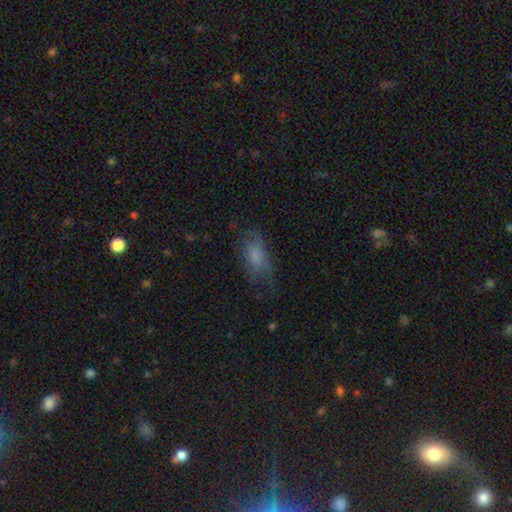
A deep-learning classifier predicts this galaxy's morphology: This is likely a smooth galaxy (64%). How rounded: clearly in between (83%). Merging: possibly none (51%).